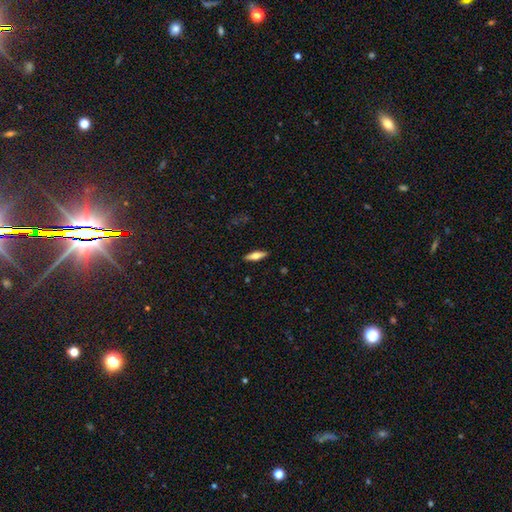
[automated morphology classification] The model was most divided on "how rounded": cigar-shaped: 52%, in between: 46%, round: 3%. More confident: merging — none (89%); smooth or featured — smooth (54%).